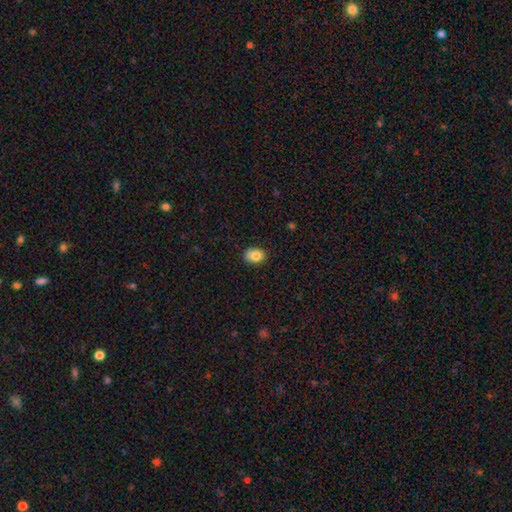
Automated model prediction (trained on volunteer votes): A smooth galaxy with no disk features (82%) that is in between round and cigar-shaped (65%). Merging: none (79%).